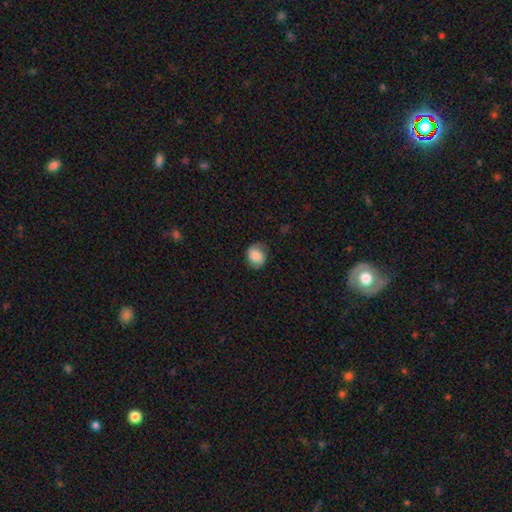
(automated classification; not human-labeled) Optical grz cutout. It shows a smooth galaxy with no disk features (82%) that is round (61%). Merging: none (74%).